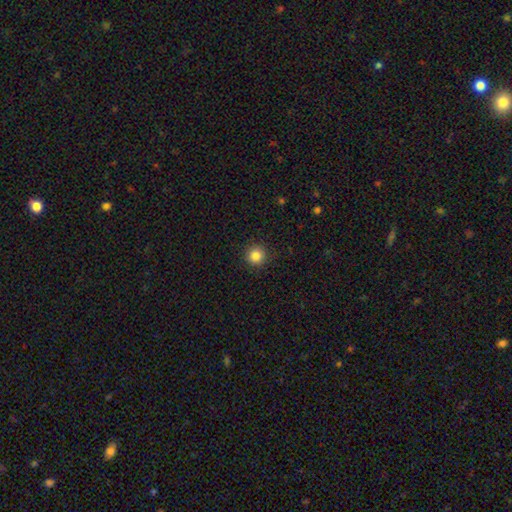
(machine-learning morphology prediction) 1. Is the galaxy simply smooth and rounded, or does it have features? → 85% smooth, 11% star or artifact, 4% featured or disk.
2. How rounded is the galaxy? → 94% round, 5% in between, 1% cigar-shaped.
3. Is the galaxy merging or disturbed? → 91% none, 6% minor disturbance, 2% major disturbance, 1% merger.